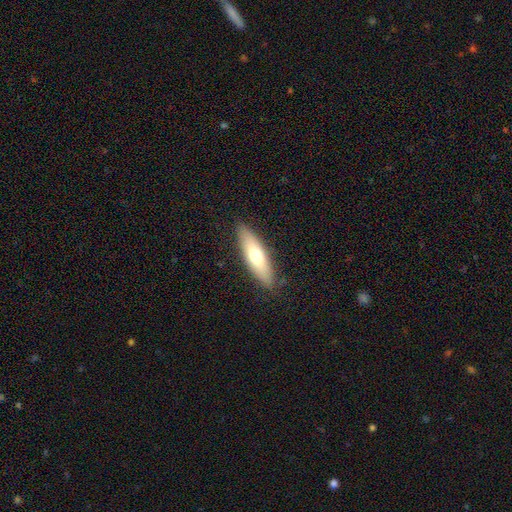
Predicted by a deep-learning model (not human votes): smooth 64%, featured or disk 30%, star or artifact 6%. Down the decision tree: how rounded — cigar-shaped (57%); merging — none (86%).